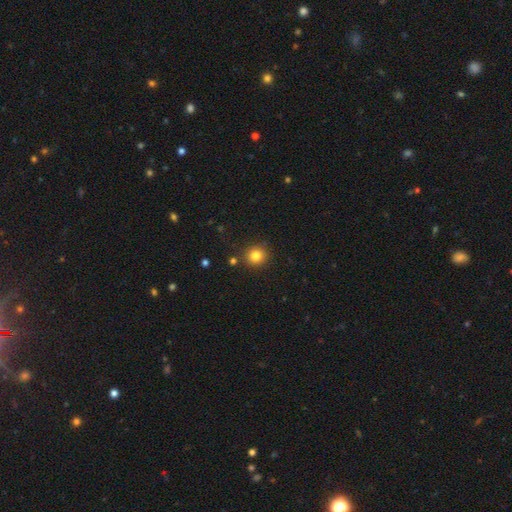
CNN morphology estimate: Q: Smooth or featured?
A: smooth (82%); runner-up: star or artifact (12%)
Q: How rounded?
A: round (88%); runner-up: in between (11%)
Q: Merging?
A: none (87%); runner-up: minor disturbance (7%)